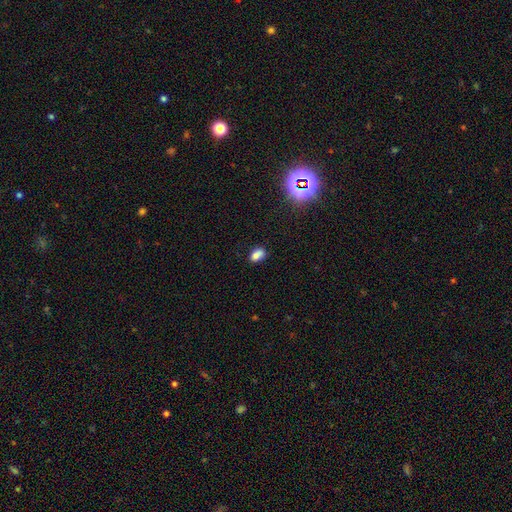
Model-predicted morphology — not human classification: A smooth galaxy with no disk features (78%) that is in between round and cigar-shaped (83%). Merging: none (62%).